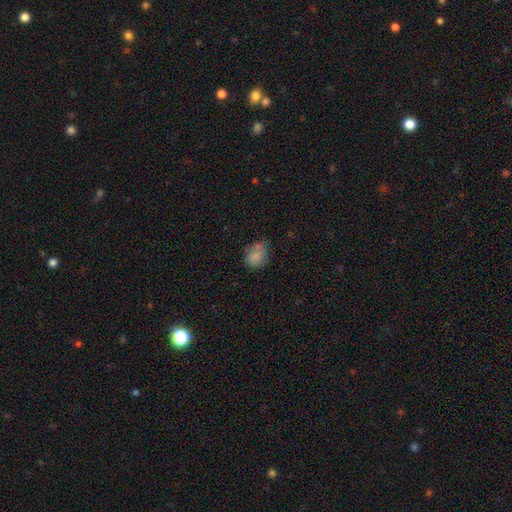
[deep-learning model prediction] A smooth galaxy with no disk features (75%) that is round (56%).

Vote fractions:
- Smooth or featured? smooth: 75% / featured or disk: 13% / star or artifact: 12%
- How rounded? round: 56% / in between: 43% / cigar-shaped: 1%
- Merging? none: 49% / minor disturbance: 30% / major disturbance: 11% / merger: 10%